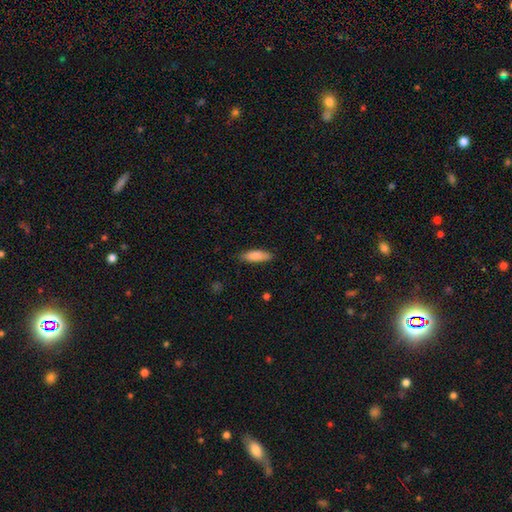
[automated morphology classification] Smooth or featured: smooth — 86% (featured or disk — 8%)
How rounded: in between — 49% (tied with cigar-shaped — 49%)
Merging: none — 84% (minor disturbance — 12%)